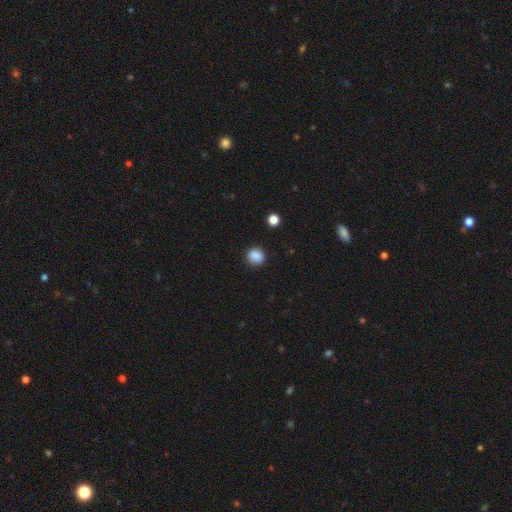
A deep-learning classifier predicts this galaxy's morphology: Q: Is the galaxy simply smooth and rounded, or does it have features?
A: smooth — 87%.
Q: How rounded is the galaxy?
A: round — 81%.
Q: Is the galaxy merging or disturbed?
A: none — 88%.